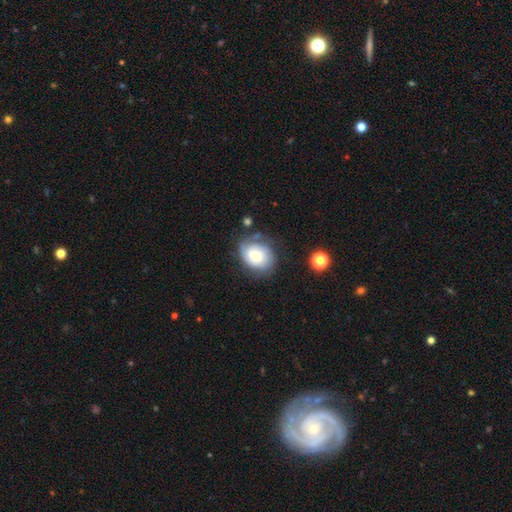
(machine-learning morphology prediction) The model was most divided on "smooth or featured": smooth: 46%, featured or disk: 45%, star or artifact: 8%. More confident: merging — none (59%).